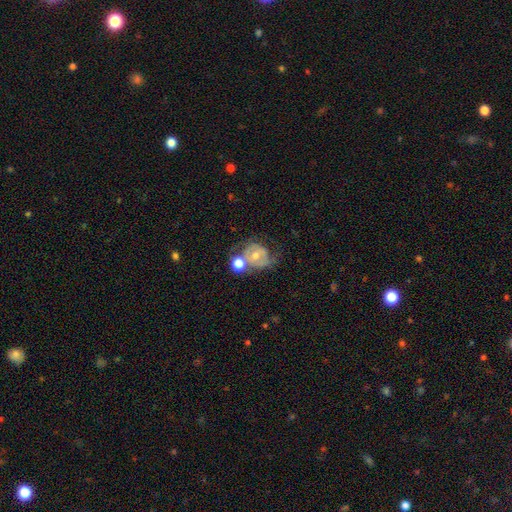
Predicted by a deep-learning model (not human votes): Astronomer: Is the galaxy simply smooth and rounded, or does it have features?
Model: featured or disk — 53% (runner-up: smooth, 37%).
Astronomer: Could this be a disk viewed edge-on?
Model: no — 96%.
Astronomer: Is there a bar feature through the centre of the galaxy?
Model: no — 69%.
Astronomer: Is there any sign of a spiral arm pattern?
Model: yes — 55% (runner-up: no, 45%).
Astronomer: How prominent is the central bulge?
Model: moderate — 59%.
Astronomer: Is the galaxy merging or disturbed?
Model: none — 33% (runner-up: merger, 30%).